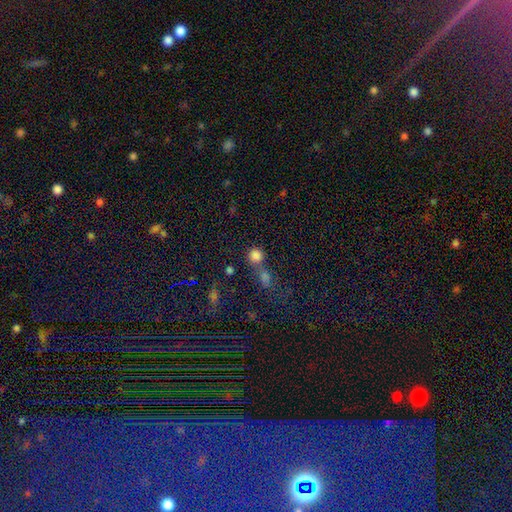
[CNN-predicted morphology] Smooth or featured?
  - smooth: 79% *
  - star or artifact: 15%
  - featured or disk: 6%
How rounded?
  - round: 88% *
  - in between: 11%
  - cigar-shaped: 1%
Merging?
  - none: 51% *
  - merger: 35%
  - minor disturbance: 9%
  - major disturbance: 5%